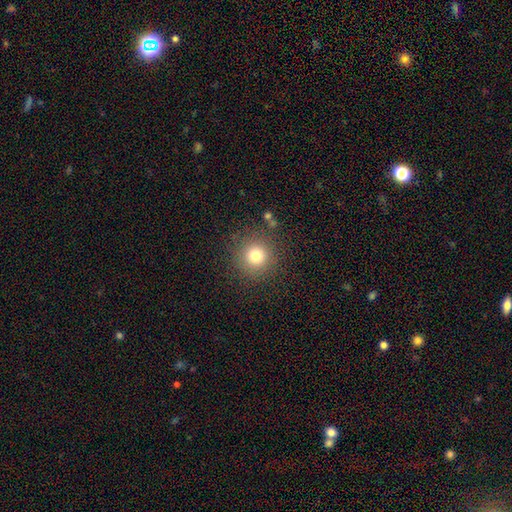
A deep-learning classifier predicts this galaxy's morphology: Q: Smooth or featured?
A: smooth (78%); runner-up: star or artifact (14%)
Q: How rounded?
A: round (95%); runner-up: in between (4%)
Q: Merging?
A: none (87%); runner-up: minor disturbance (8%)